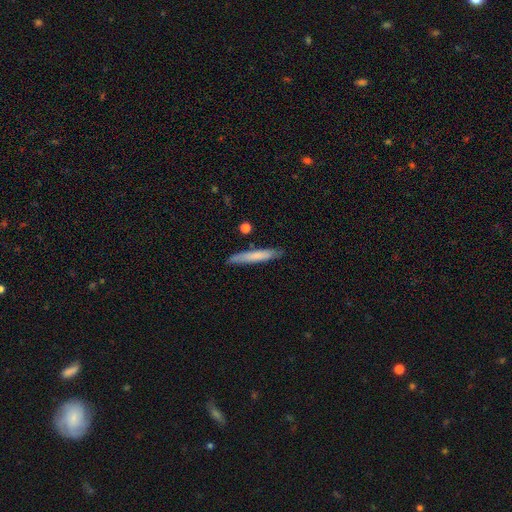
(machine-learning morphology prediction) Smooth or featured? Predicted: smooth (p=0.70). How rounded? Predicted: cigar-shaped (p=0.94). Merging? Predicted: none (p=0.83).